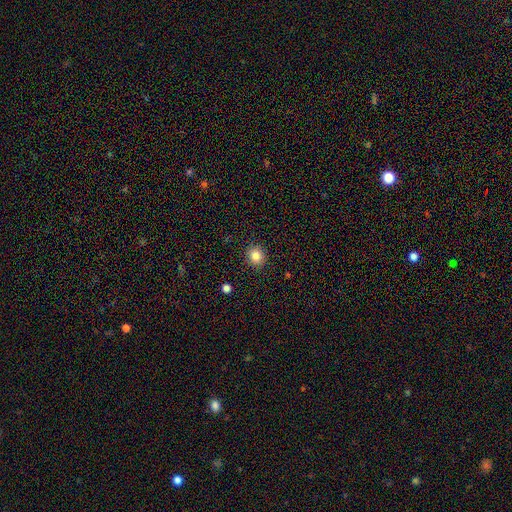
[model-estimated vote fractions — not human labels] Smooth or featured?
  - smooth: 84% *
  - star or artifact: 11%
  - featured or disk: 6%
How rounded?
  - round: 84% *
  - in between: 15%
  - cigar-shaped: 1%
Merging?
  - none: 90% *
  - minor disturbance: 6%
  - major disturbance: 2%
  - merger: 1%